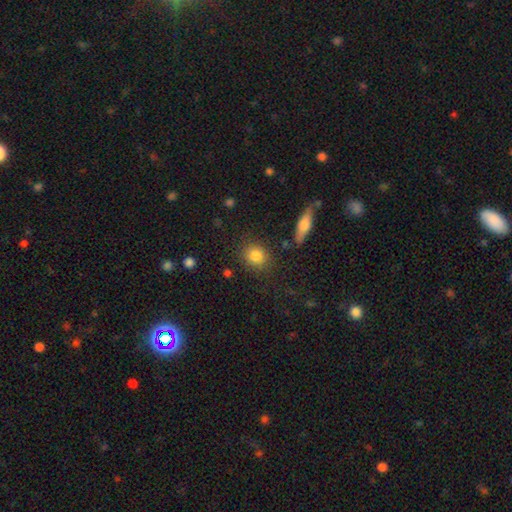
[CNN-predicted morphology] smooth-or-featured: smooth: 84% | star or artifact: 9% | featured or disk: 7%
  how-rounded: round: 80% | in between: 18% | cigar-shaped: 2%
  merging: none: 84% | minor disturbance: 9% | merger: 3% | major disturbance: 3%